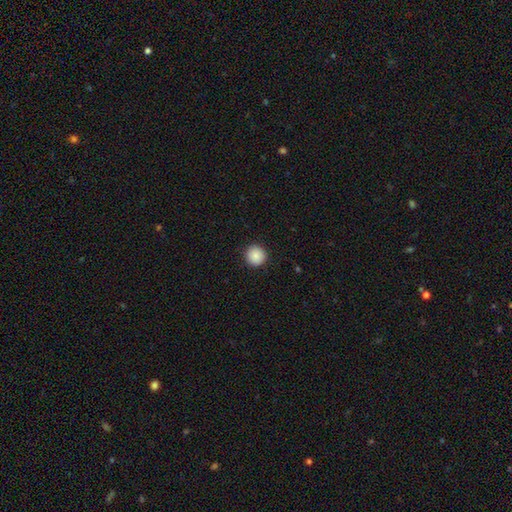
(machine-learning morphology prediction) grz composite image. It shows a smooth galaxy with no disk features (88%) that is round (95%). Merging: none (92%).